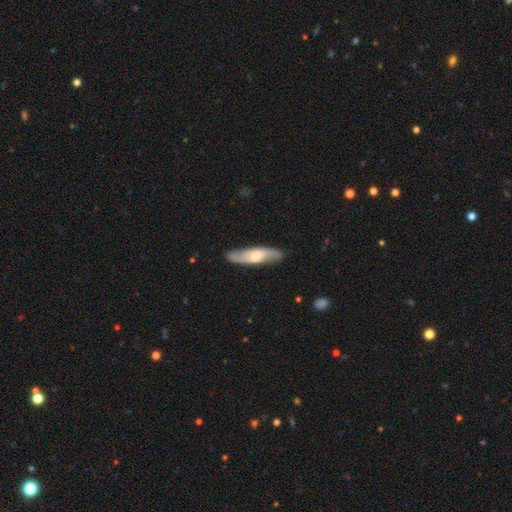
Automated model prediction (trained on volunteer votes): featured or disk 52%, smooth 43%, star or artifact 5%. Down the decision tree: edge-on disk — no (58%); merging — none (86%).